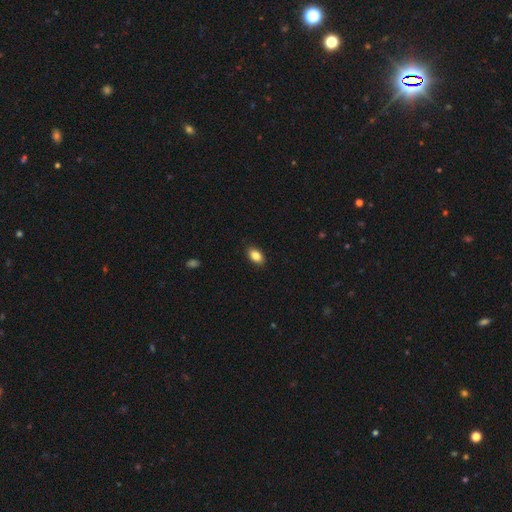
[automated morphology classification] Overall: smooth (86%). How rounded: in between (90%). Merging: none (89%).